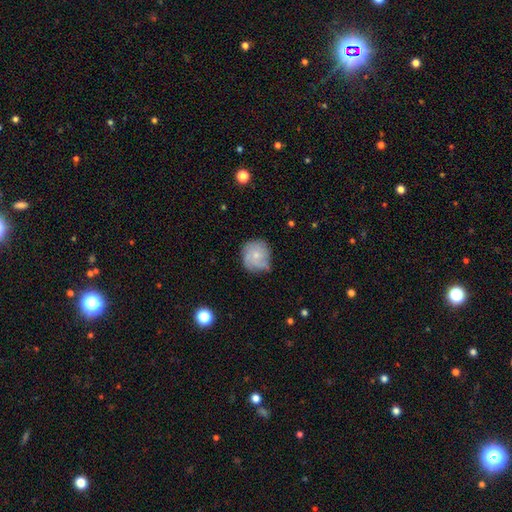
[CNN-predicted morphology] The model was most divided on "smooth or featured": featured or disk: 46%, smooth: 45%, star or artifact: 8%. More confident: merging — none (64%).